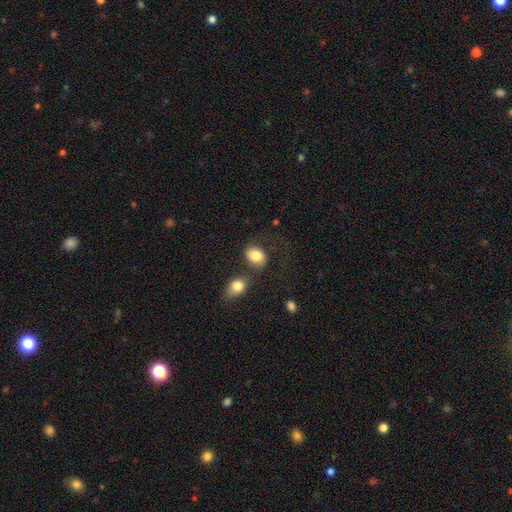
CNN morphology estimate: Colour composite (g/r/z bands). It shows a smooth galaxy with no disk features (81%) that is in between round and cigar-shaped (56%). Merging: none (50%).